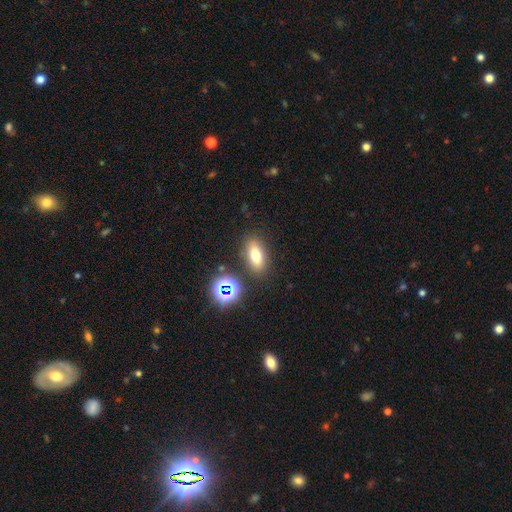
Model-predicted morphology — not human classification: Overall: smooth (69%). How rounded: in between (75%). Merging: none (82%).